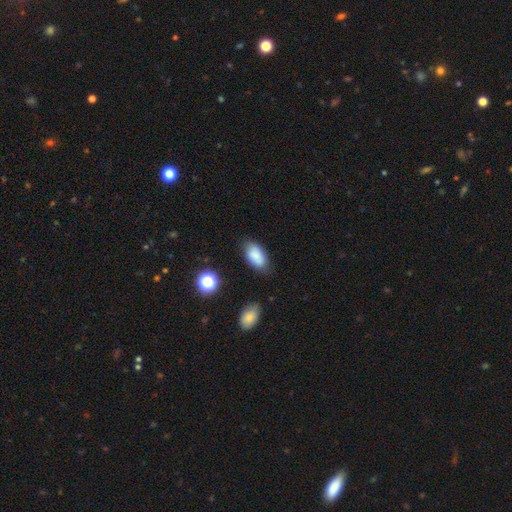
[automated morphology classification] smooth-or-featured: smooth: 85% | star or artifact: 8% | featured or disk: 7%
  how-rounded: in between: 93% | round: 4% | cigar-shaped: 3%
  merging: none: 79% | minor disturbance: 15% | major disturbance: 4% | merger: 2%